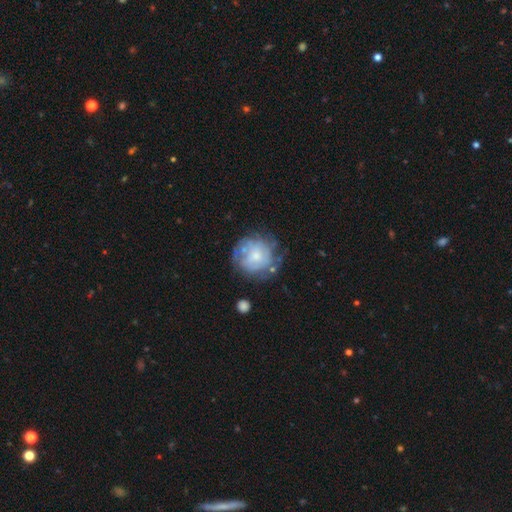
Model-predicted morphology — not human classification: A featured or disk galaxy (55%) with no bar (77%), spiral arms (56%) and a small central bulge (50%). Merging: none (55%).